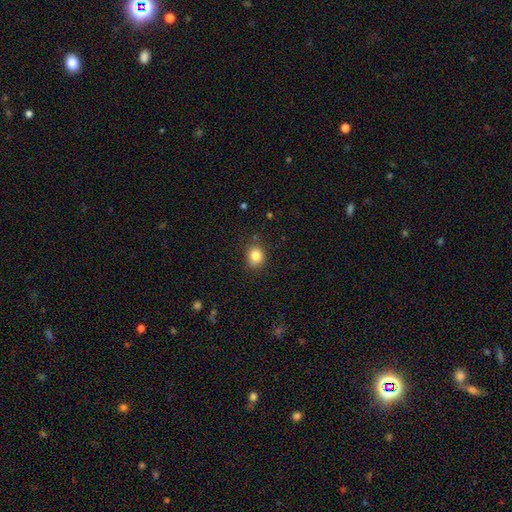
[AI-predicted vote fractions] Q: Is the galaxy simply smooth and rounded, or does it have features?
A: smooth — 83%.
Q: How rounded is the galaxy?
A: round — 70%.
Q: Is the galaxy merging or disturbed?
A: none — 82%.